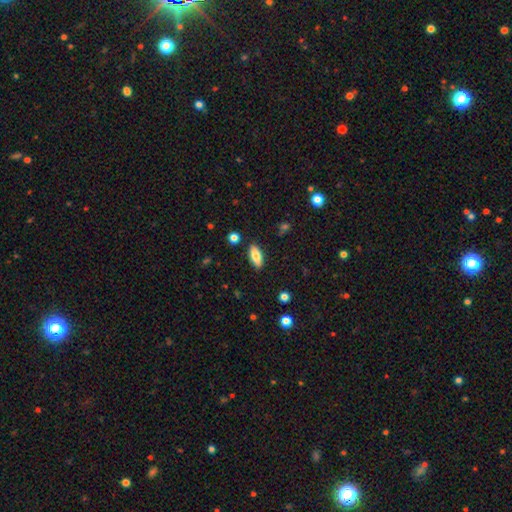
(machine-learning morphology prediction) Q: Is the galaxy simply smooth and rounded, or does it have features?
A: smooth — 80%.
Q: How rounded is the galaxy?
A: in between — 77%.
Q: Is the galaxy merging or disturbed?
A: none — 87%.